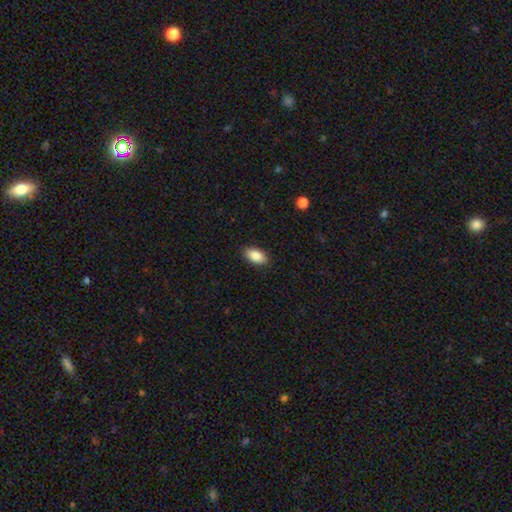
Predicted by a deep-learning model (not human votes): Morphology: type=smooth (87%); roundness=in between (92%); merging=none (89%).